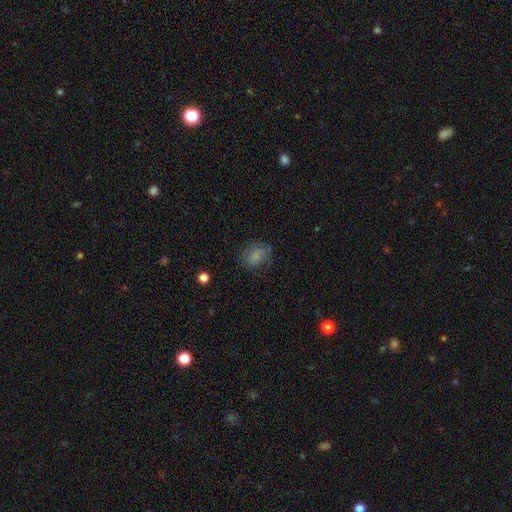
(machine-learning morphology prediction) This appears to be a smooth galaxy with no disk features (70%) that is in between round and cigar-shaped (52%). Merging: none (61%).